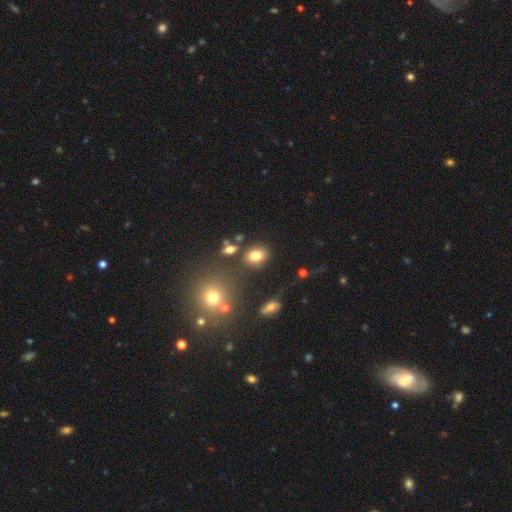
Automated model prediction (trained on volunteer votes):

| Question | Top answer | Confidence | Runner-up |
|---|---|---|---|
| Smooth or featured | smooth | 79% | star or artifact (12%) |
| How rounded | in between | 60% | round (39%) |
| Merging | none | 76% | minor disturbance (12%) |